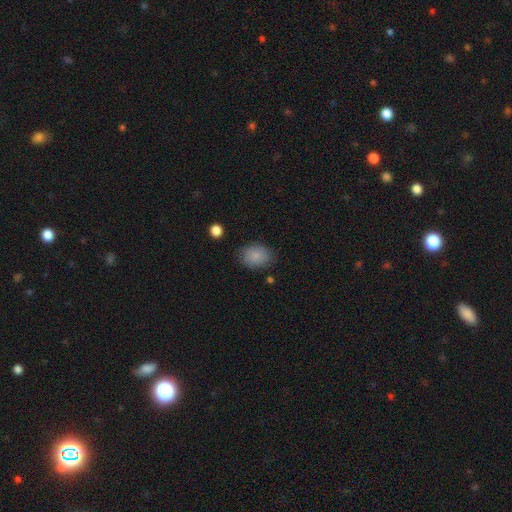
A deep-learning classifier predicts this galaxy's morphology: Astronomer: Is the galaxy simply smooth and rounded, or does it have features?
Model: smooth — 85%.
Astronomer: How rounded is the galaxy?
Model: in between — 64%.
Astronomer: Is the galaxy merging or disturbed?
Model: none — 80%.